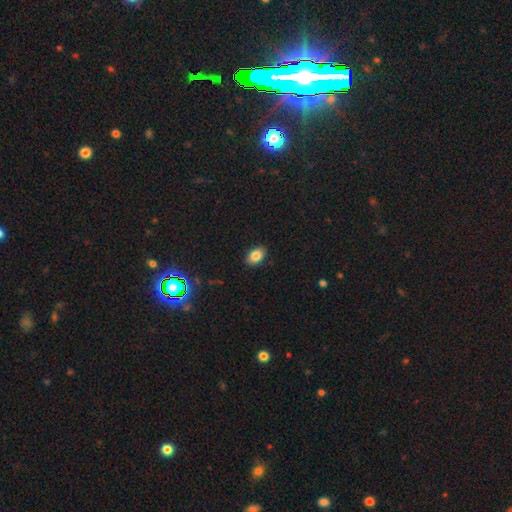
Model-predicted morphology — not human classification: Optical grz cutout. It shows a smooth galaxy with no disk features (84%) that is in between round and cigar-shaped (86%). Merging: none (89%).